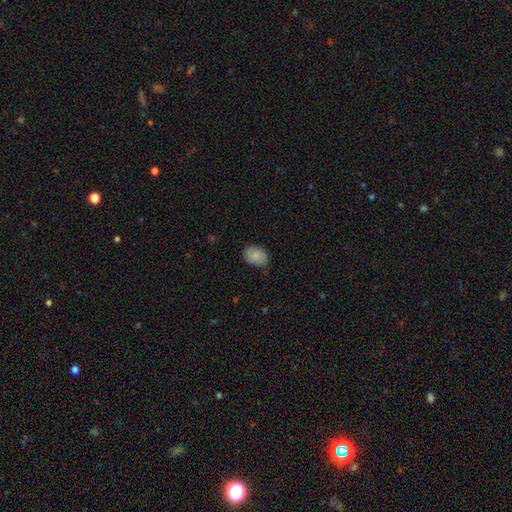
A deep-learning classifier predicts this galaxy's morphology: Smooth or featured? smooth (84%)
How rounded? in between (74%)
Merging? none (78%)